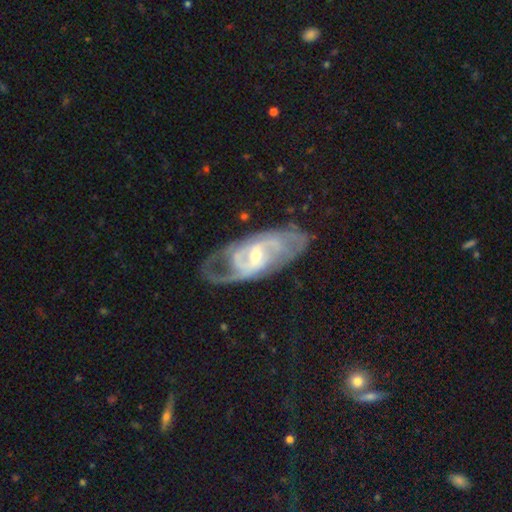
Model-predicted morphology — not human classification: Smooth or featured? featured or disk (87%)
Edge-on disk? no (93%)
Bar? weak (47%)
Spiral arms? yes (95%)
Spiral winding? medium (46%)
Spiral arm count? 2 (56%)
Bulge size? small (58%)
Merging? none (66%)